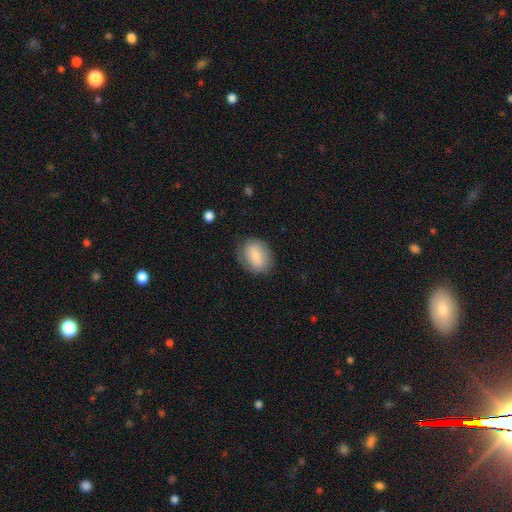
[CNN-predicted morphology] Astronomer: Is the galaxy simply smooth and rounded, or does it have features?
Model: smooth — 76%.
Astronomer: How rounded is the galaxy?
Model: in between — 65%.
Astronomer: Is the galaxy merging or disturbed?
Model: none — 77%.